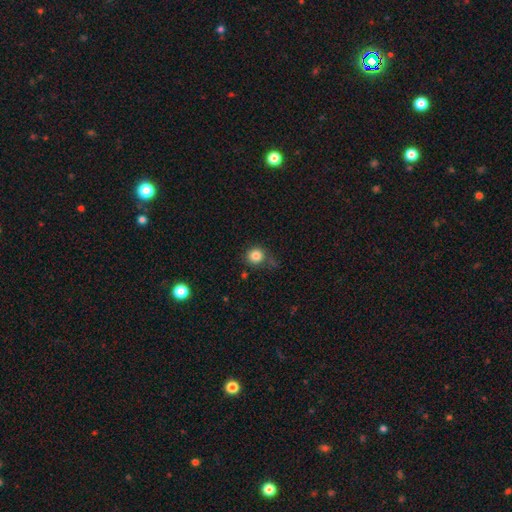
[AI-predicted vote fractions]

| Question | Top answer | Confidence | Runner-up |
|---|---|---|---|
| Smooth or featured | smooth | 83% | star or artifact (11%) |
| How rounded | round | 91% | in between (8%) |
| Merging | none | 76% | minor disturbance (14%) |